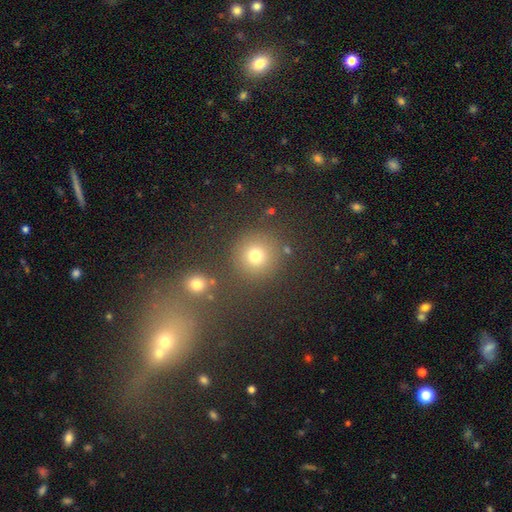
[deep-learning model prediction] Q: Smooth or featured?
A: smooth (73%); runner-up: star or artifact (20%)
Q: How rounded?
A: round (92%); runner-up: in between (7%)
Q: Merging?
A: none (81%); runner-up: minor disturbance (8%)